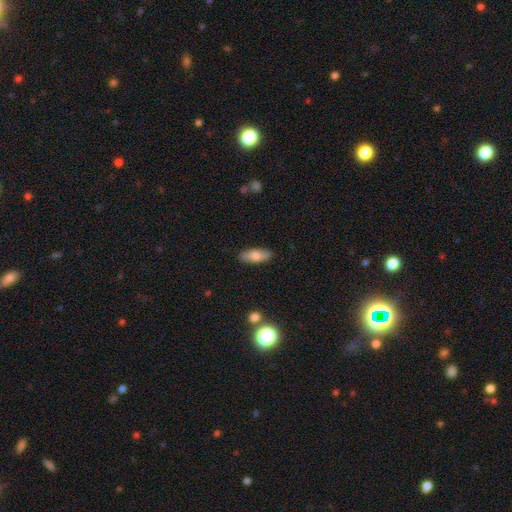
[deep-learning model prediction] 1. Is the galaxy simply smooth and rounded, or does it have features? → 75% smooth, 18% featured or disk, 7% star or artifact.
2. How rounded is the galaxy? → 79% in between, 19% cigar-shaped, 3% round.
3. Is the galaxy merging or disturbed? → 87% none, 9% minor disturbance, 2% major disturbance, 1% merger.